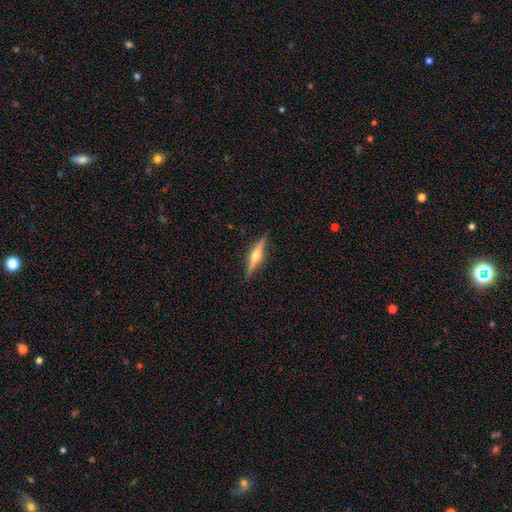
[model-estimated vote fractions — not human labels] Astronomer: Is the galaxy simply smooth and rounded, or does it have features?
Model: featured or disk — 71%.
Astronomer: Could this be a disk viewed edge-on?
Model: yes — 98%.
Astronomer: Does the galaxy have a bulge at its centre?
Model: rounded — 92%.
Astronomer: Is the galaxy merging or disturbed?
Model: none — 90%.